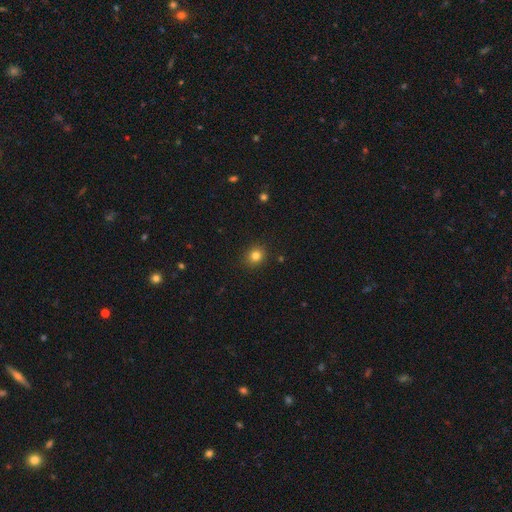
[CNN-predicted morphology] Q: Smooth or featured?
A: smooth (81%); runner-up: star or artifact (13%)
Q: How rounded?
A: round (80%); runner-up: in between (19%)
Q: Merging?
A: none (89%); runner-up: minor disturbance (7%)